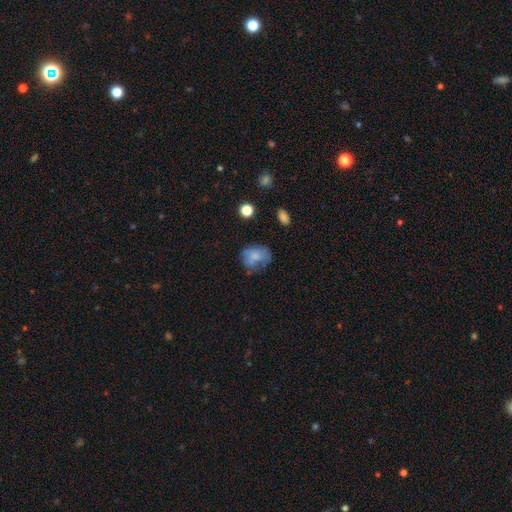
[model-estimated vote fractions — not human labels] Morphology: type=smooth (69%); roundness=in between (52%); merging=none (49%).